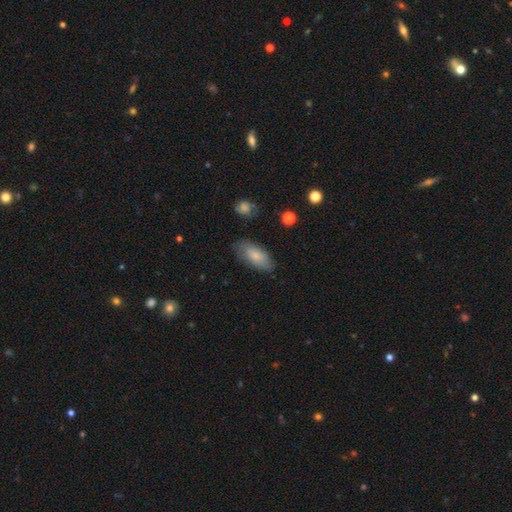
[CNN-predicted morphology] Smooth or featured? Predicted: smooth (p=0.80). How rounded? Predicted: in between (p=0.87). Merging? Predicted: none (p=0.79).